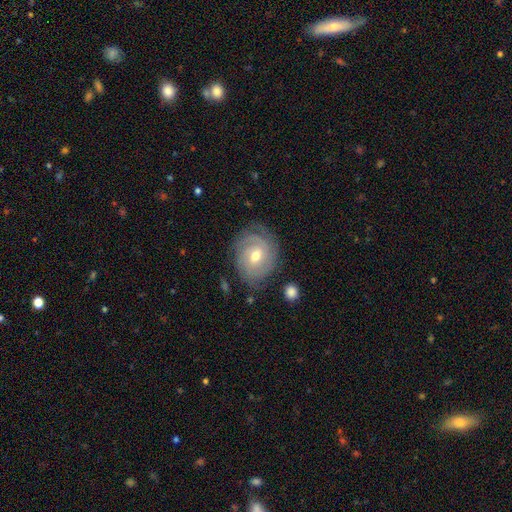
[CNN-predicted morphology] Smooth or featured? featured or disk (77%)
Edge-on disk? no (97%)
Bar? no (51%)
Spiral arms? yes (92%)
Spiral winding? tight (72%)
Spiral arm count? can't tell (34%)
Bulge size? moderate (71%)
Merging? none (75%)